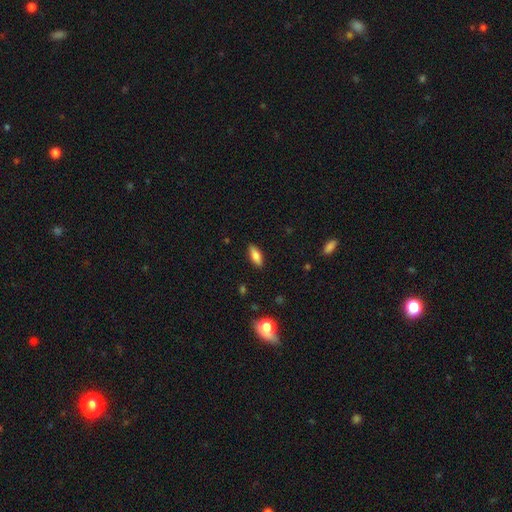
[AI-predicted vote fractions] Smooth or featured?
  - smooth: 81% *
  - featured or disk: 12%
  - star or artifact: 8%
How rounded?
  - in between: 77% *
  - cigar-shaped: 21%
  - round: 2%
Merging?
  - none: 88% *
  - minor disturbance: 9%
  - major disturbance: 2%
  - merger: 1%